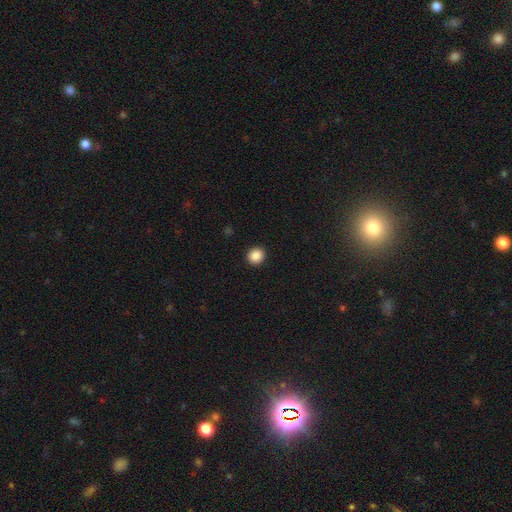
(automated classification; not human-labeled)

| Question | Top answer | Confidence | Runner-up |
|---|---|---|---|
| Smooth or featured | smooth | 88% | star or artifact (10%) |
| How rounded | round | 85% | in between (14%) |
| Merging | none | 93% | minor disturbance (5%) |